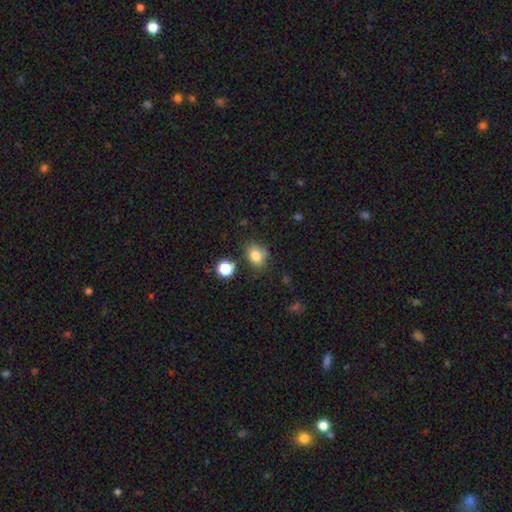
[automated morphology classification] Smooth or featured?
  - smooth: 81% *
  - star or artifact: 11%
  - featured or disk: 8%
How rounded?
  - in between: 56% *
  - round: 42%
  - cigar-shaped: 1%
Merging?
  - none: 71% *
  - minor disturbance: 19%
  - merger: 5%
  - major disturbance: 5%